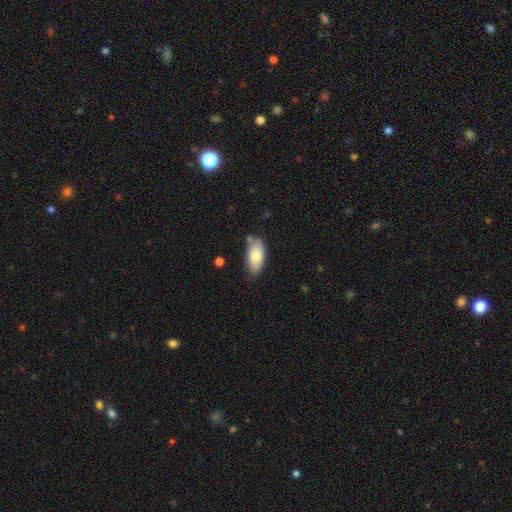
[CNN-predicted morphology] Smooth or featured? Predicted: smooth (p=0.78). How rounded? Predicted: in between (p=0.92). Merging? Predicted: none (p=0.70).